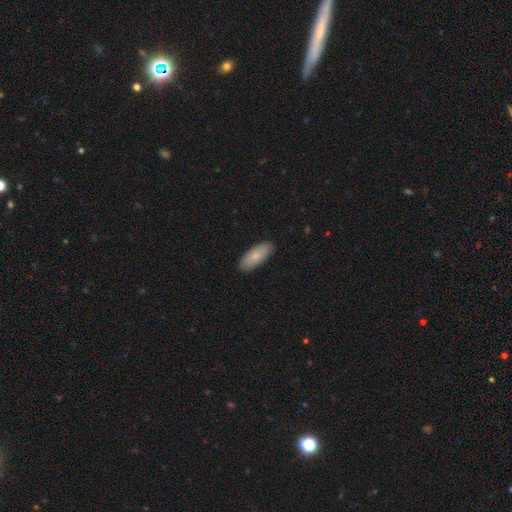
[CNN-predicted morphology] Q: Smooth or featured?
A: smooth (77%); runner-up: featured or disk (17%)
Q: How rounded?
A: in between (78%); runner-up: cigar-shaped (20%)
Q: Merging?
A: none (89%); runner-up: minor disturbance (9%)